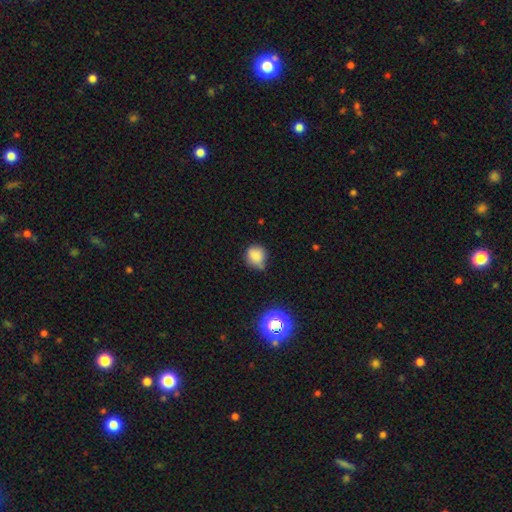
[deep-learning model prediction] Q: Smooth or featured?
A: smooth (81%); runner-up: star or artifact (13%)
Q: How rounded?
A: round (82%); runner-up: in between (17%)
Q: Merging?
A: none (56%); runner-up: minor disturbance (33%)